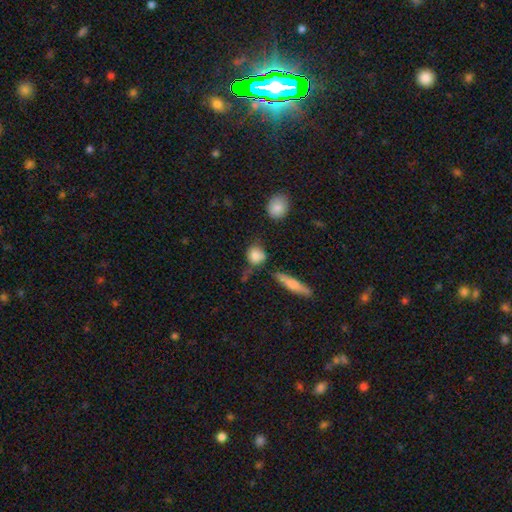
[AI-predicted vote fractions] Q: Smooth or featured?
A: smooth (81%); runner-up: featured or disk (10%)
Q: How rounded?
A: round (72%); runner-up: in between (24%)
Q: Merging?
A: none (60%); runner-up: minor disturbance (23%)